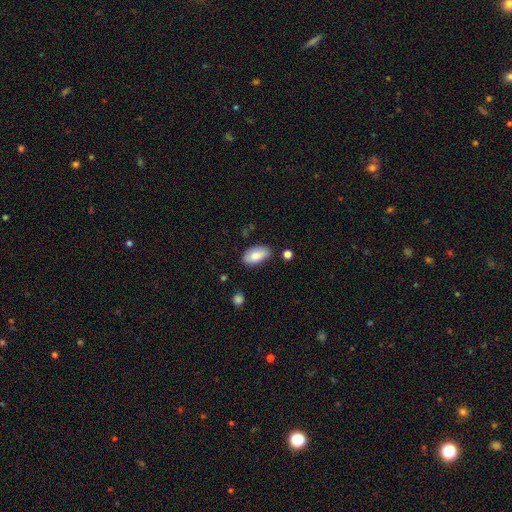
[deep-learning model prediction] Smooth or featured: smooth — 82% (featured or disk — 11%)
How rounded: in between — 94% (cigar-shaped — 3%)
Merging: none — 74% (minor disturbance — 19%)